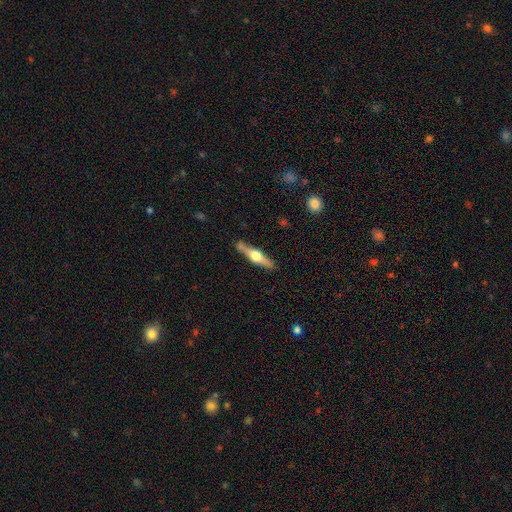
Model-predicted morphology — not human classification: The model was most divided on "smooth or featured": featured or disk: 70%, smooth: 25%, star or artifact: 5%. More confident: edge-on disk — yes (96%); edge-on bulge — rounded (93%); merging — none (84%).